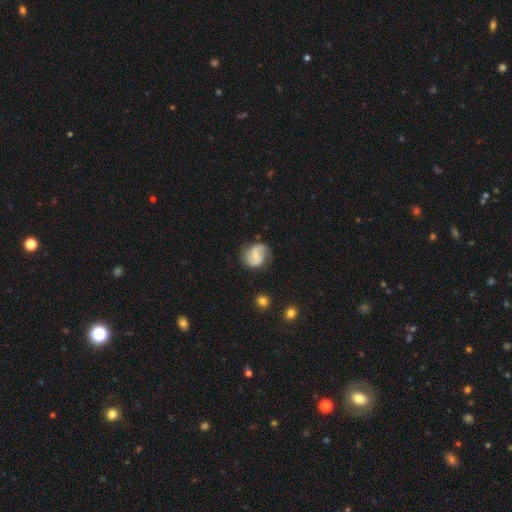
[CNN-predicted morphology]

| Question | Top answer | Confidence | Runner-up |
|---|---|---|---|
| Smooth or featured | featured or disk | 61% | smooth (33%) |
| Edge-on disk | no | 98% | yes (2%) |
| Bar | weak | 47% | no (40%) |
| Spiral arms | yes | 88% | no (12%) |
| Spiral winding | medium | 45% | loose (29%) |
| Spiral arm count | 2 | 81% | can't tell (10%) |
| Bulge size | small | 55% | moderate (34%) |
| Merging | none | 67% | minor disturbance (23%) |